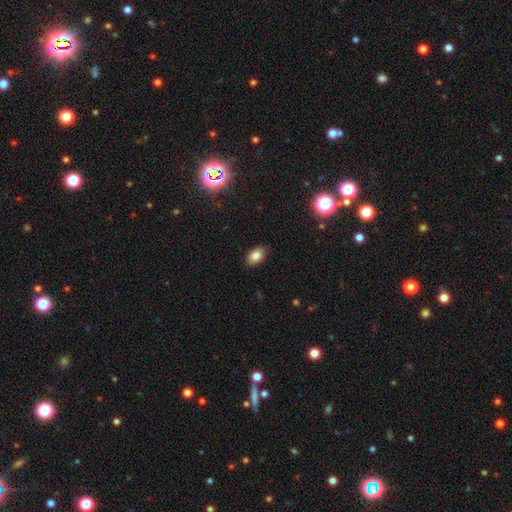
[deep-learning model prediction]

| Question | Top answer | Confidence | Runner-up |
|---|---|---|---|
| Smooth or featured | smooth | 83% | star or artifact (10%) |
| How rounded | in between | 89% | round (10%) |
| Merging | none | 88% | minor disturbance (9%) |